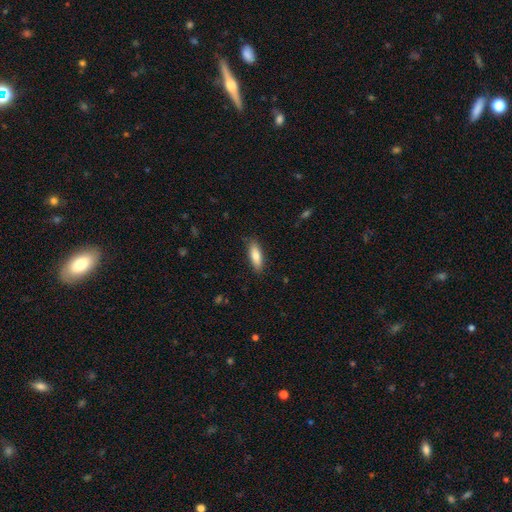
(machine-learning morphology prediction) type=smooth (79%); roundness=in between (59%); merging=none (86%).